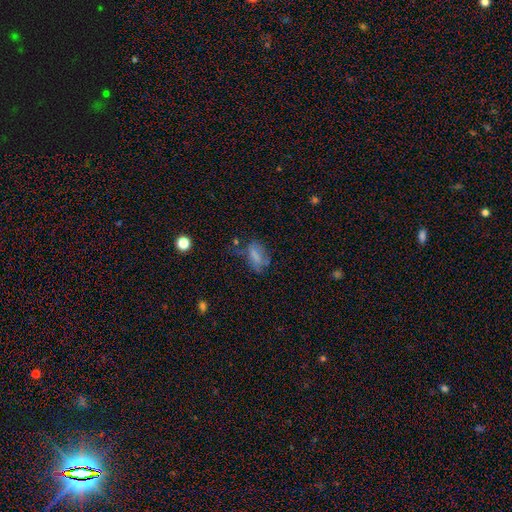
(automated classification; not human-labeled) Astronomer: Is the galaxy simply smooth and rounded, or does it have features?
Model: smooth — 65%.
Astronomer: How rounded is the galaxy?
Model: in between — 84%.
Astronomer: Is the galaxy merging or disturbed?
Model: none — 42% (runner-up: minor disturbance, 29%).